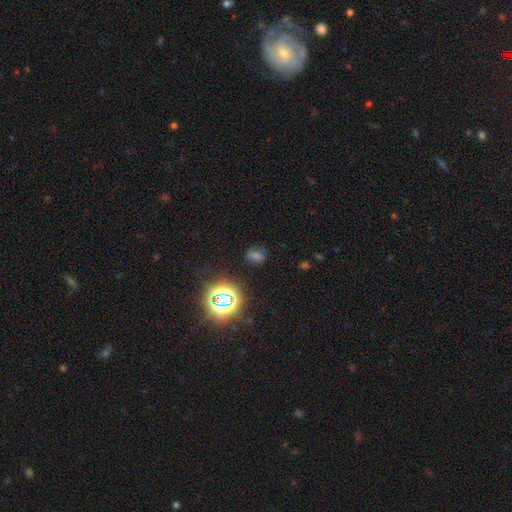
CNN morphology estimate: The model was most divided on "smooth or featured": star or artifact: 48%, smooth: 38%, featured or disk: 14%.